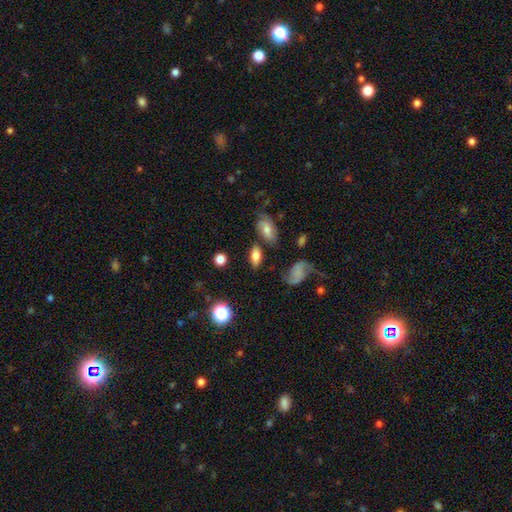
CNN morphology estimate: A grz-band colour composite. It shows a smooth galaxy with no disk features (68%) that is in between round and cigar-shaped (82%). Merging: none (73%).